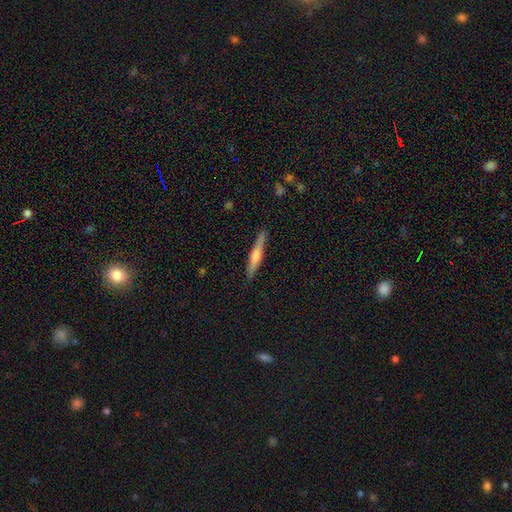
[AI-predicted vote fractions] Smooth or featured? Predicted: featured or disk (p=0.52). Edge-on disk? Predicted: yes (p=0.97). Edge-on bulge? Predicted: rounded (p=0.71). Merging? Predicted: none (p=0.89).